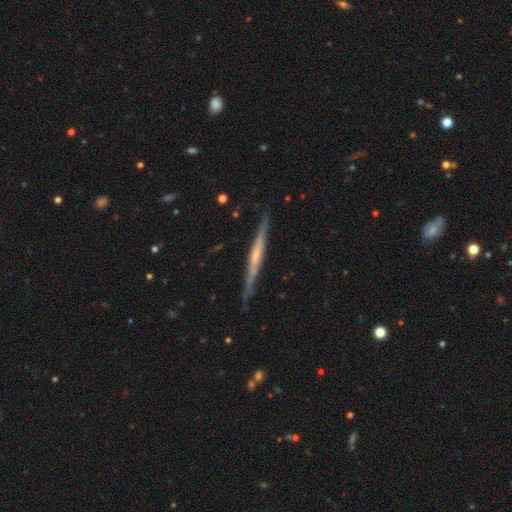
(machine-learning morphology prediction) Smooth or featured? Predicted: featured or disk (p=0.70). Edge-on disk? Predicted: yes (p=0.97). Edge-on bulge? Predicted: none (p=0.55). Merging? Predicted: none (p=0.84).